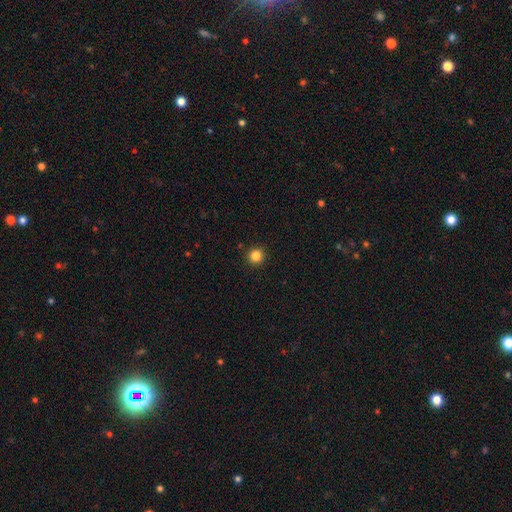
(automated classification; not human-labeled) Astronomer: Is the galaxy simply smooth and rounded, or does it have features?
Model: smooth — 84%.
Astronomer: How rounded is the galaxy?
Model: round — 95%.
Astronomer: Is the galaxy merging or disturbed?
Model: none — 92%.